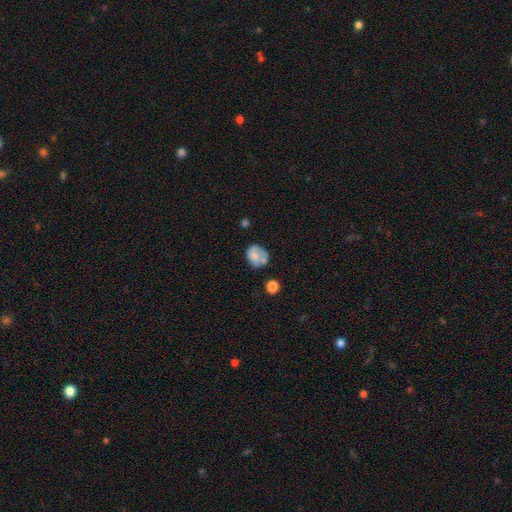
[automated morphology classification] This appears to be a smooth galaxy with no disk features (63%) that is in between round and cigar-shaped (53%). Merging: none (40%).